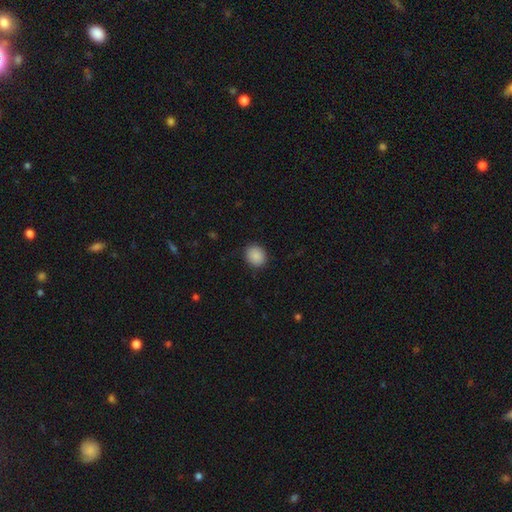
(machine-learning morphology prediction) smooth-or-featured: smooth: 89% | star or artifact: 8% | featured or disk: 3%
  how-rounded: round: 67% | in between: 32% | cigar-shaped: 1%
  merging: none: 88% | minor disturbance: 8% | major disturbance: 2% | merger: 1%